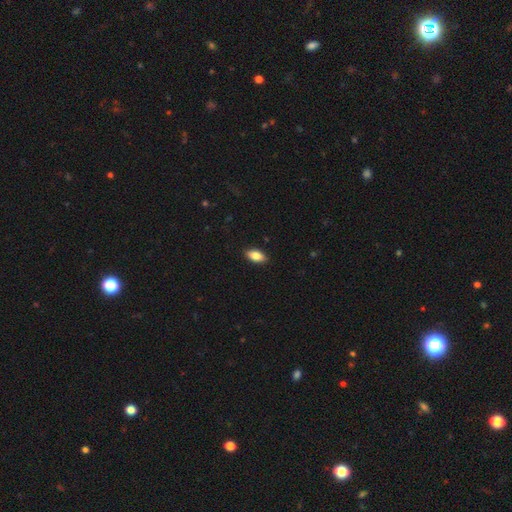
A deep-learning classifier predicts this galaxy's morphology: Overall: smooth (84%). How rounded: in between (92%). Merging: none (89%).